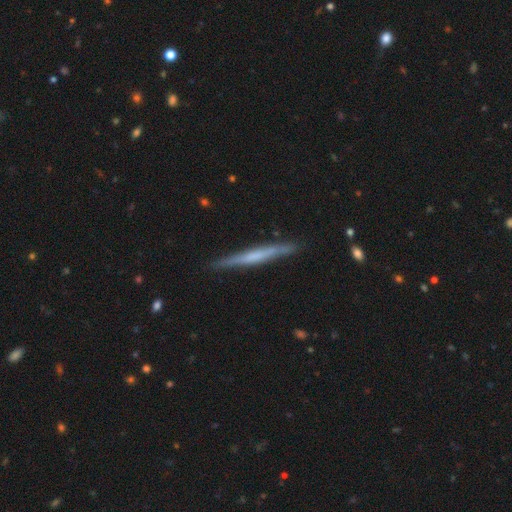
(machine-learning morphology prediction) smooth_or_featured: featured or disk (p=0.56) [alt: smooth p=0.39]
disk_edge_on: yes (p=0.97) [alt: no p=0.03]
edge_on_bulge: none (p=0.64) [alt: rounded p=0.21]
merging: none (p=0.88) [alt: minor disturbance p=0.09]